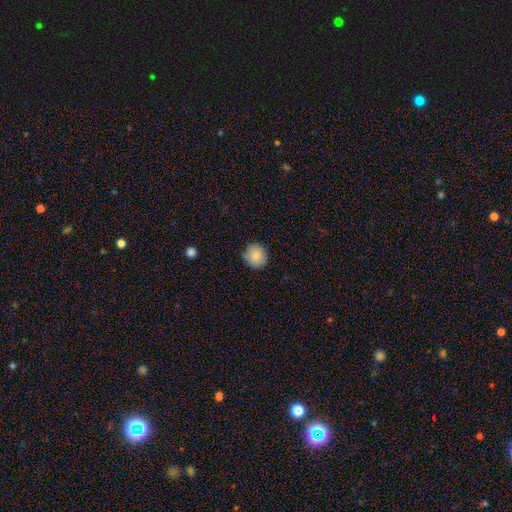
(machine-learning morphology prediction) type=smooth (80%); roundness=round (93%); merging=none (84%).